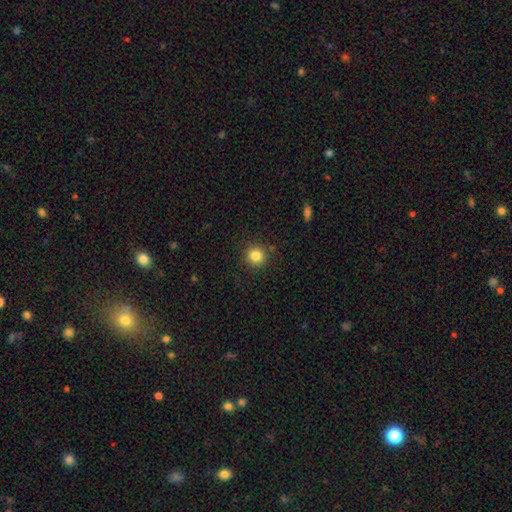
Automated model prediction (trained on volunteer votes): A smooth galaxy with no disk features (83%) that is round (93%).

Vote fractions:
- Smooth or featured? smooth: 83% / star or artifact: 11% / featured or disk: 5%
- How rounded? round: 93% / in between: 6% / cigar-shaped: 1%
- Merging? none: 88% / minor disturbance: 8% / major disturbance: 3% / merger: 2%